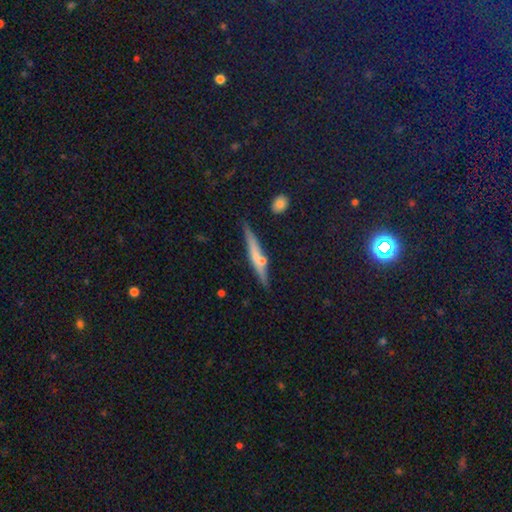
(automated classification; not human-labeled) Smooth or featured? featured or disk (48%)
Merging? none (80%)